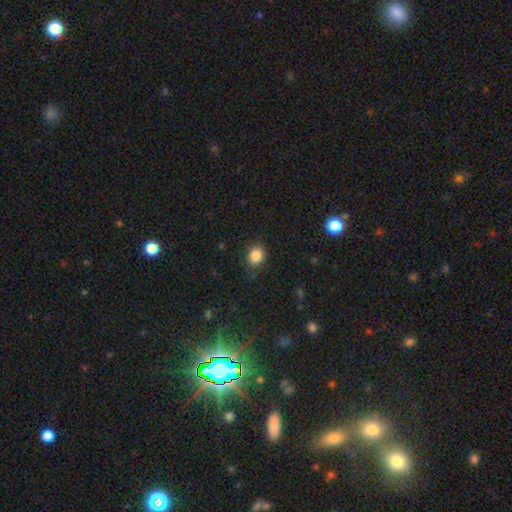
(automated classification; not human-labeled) smooth_or_featured: smooth (p=0.85) [alt: star or artifact p=0.10]
how_rounded: round (p=0.57) [alt: in between p=0.42]
merging: none (p=0.81) [alt: minor disturbance p=0.14]